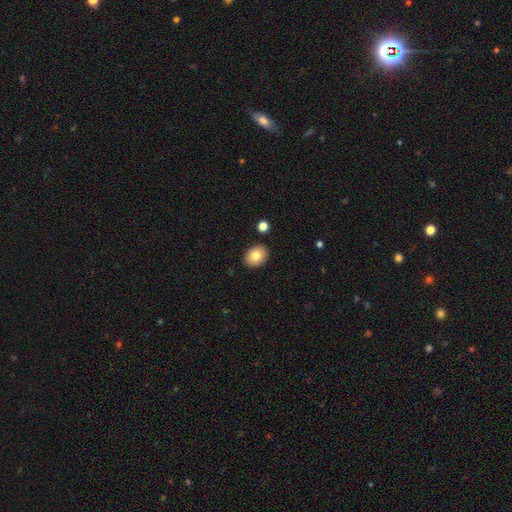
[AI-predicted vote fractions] Q: Smooth or featured?
A: smooth (81%); runner-up: featured or disk (11%)
Q: How rounded?
A: in between (65%); runner-up: round (34%)
Q: Merging?
A: none (89%); runner-up: minor disturbance (7%)